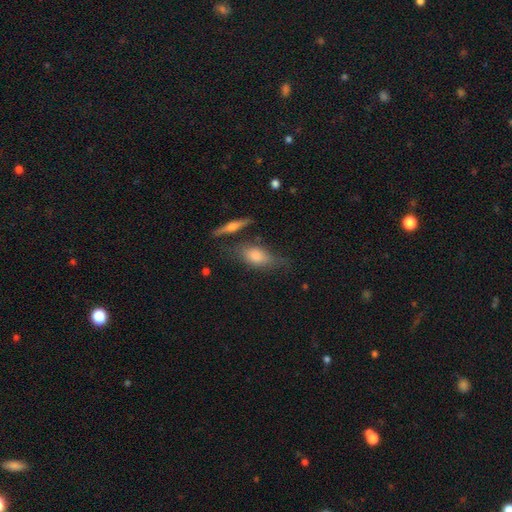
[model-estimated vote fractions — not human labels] Q: Smooth or featured?
A: smooth (58%); runner-up: featured or disk (32%)
Q: How rounded?
A: in between (69%); runner-up: cigar-shaped (25%)
Q: Merging?
A: none (65%); runner-up: minor disturbance (20%)